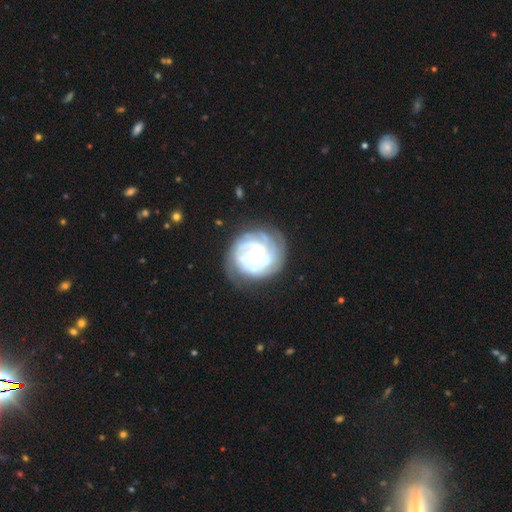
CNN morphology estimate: Overall: featured or disk (84%). Edge-on disk: no (98%). Bar: no (59%; weak 31%). Spiral arms: yes (94%). Spiral arm count: 3 (29%; can't tell 28%). Spiral winding: tight (66%; medium 27%). Bulge size: moderate (54%; small 36%). Merging: none (71%).